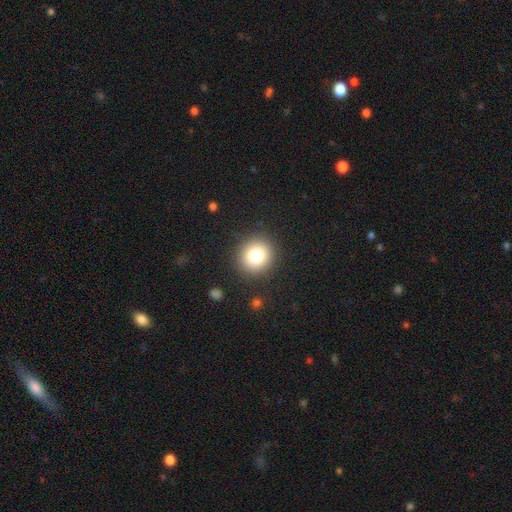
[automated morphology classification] This is likely a smooth galaxy (80%). How rounded: clearly round (89%). Merging: clearly none (89%).